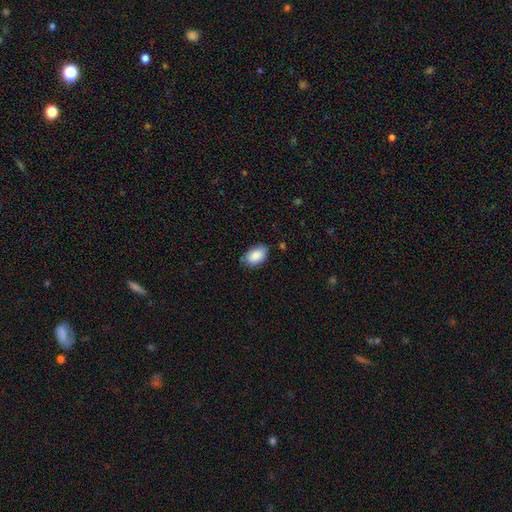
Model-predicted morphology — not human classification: smooth_or_featured: smooth (p=0.89) [alt: star or artifact p=0.07]
how_rounded: in between (p=0.92) [alt: round p=0.07]
merging: none (p=0.78) [alt: minor disturbance p=0.18]